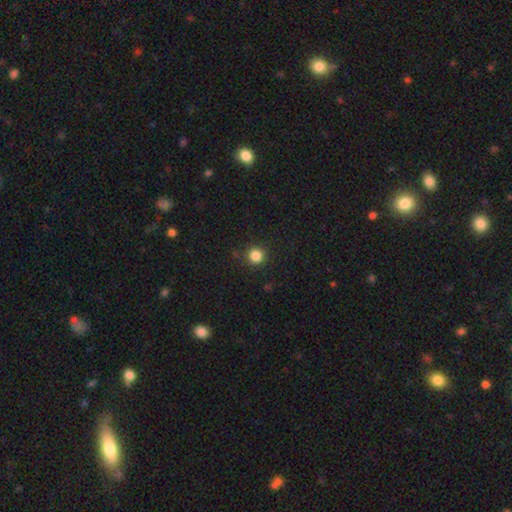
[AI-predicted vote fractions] Smooth or featured?
  - smooth: 83% *
  - star or artifact: 13%
  - featured or disk: 4%
How rounded?
  - round: 94% *
  - in between: 5%
  - cigar-shaped: 1%
Merging?
  - none: 90% *
  - minor disturbance: 7%
  - major disturbance: 2%
  - merger: 1%